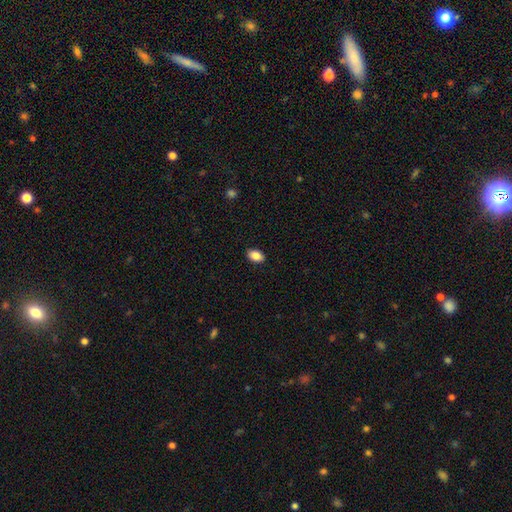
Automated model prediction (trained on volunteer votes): smooth-or-featured: smooth: 86% | star or artifact: 8% | featured or disk: 6%
  how-rounded: in between: 87% | round: 11% | cigar-shaped: 2%
  merging: none: 89% | minor disturbance: 8% | major disturbance: 2% | merger: 1%